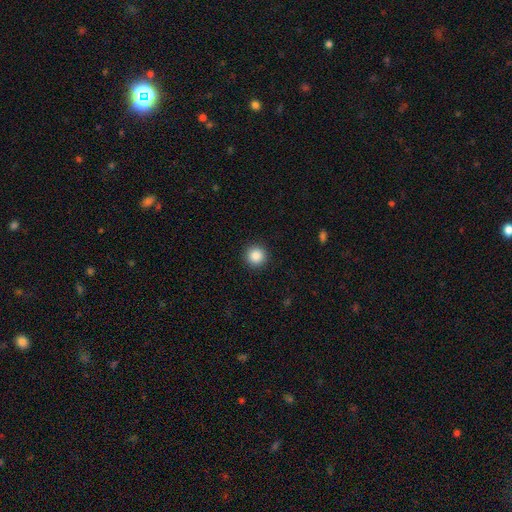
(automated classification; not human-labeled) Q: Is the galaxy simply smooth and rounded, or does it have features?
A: smooth — 87%.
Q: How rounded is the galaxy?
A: round — 96%.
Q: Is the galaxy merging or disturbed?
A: none — 93%.